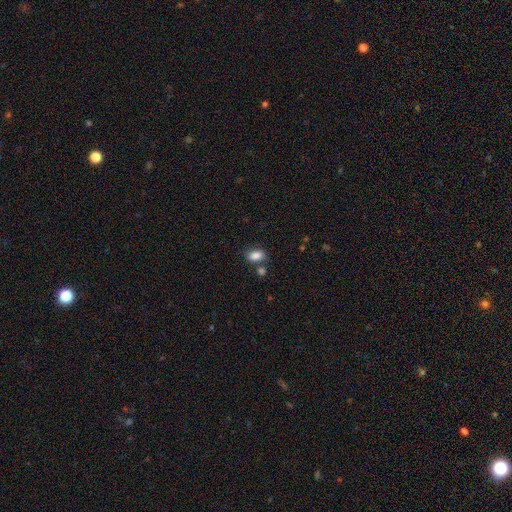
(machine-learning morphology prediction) smooth_or_featured: smooth (p=0.85) [alt: star or artifact p=0.09]
how_rounded: in between (p=0.85) [alt: round p=0.13]
merging: none (p=0.67) [alt: merger p=0.15]